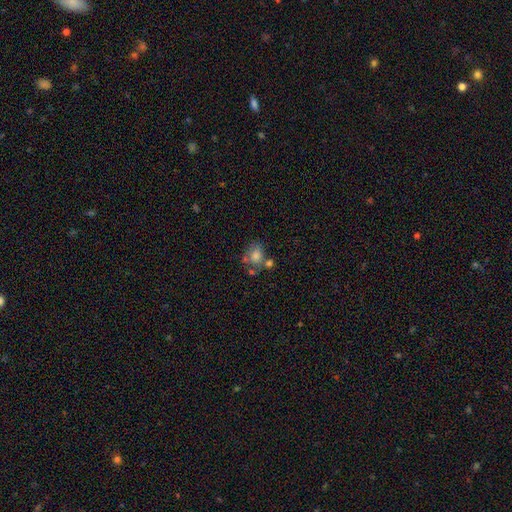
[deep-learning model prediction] This is likely a smooth galaxy (70%). How rounded: possibly in between (54%). Merging: possibly none (48%).